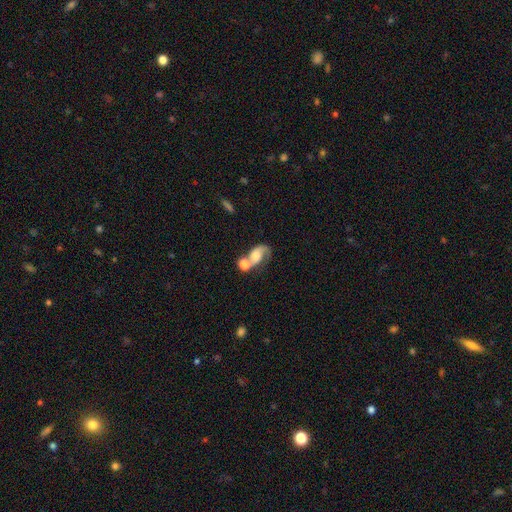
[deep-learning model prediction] A featured or disk galaxy (56%) with no bar (72%), spiral arms (82%) and a moderate central bulge (34%). Merging: merger (51%).